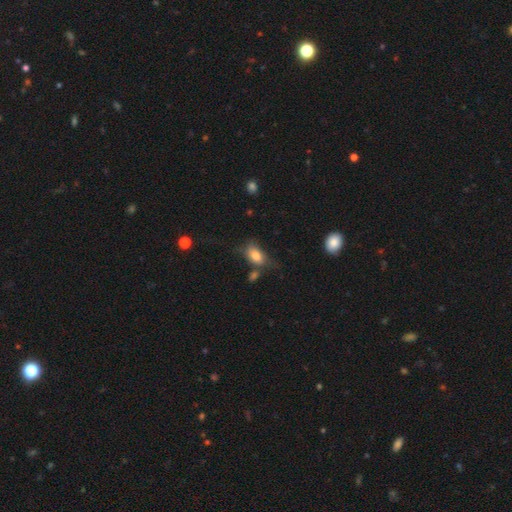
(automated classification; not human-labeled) Smooth or featured: smooth — 79% (featured or disk — 13%)
How rounded: in between — 87% (round — 11%)
Merging: none — 54% (minor disturbance — 24%)